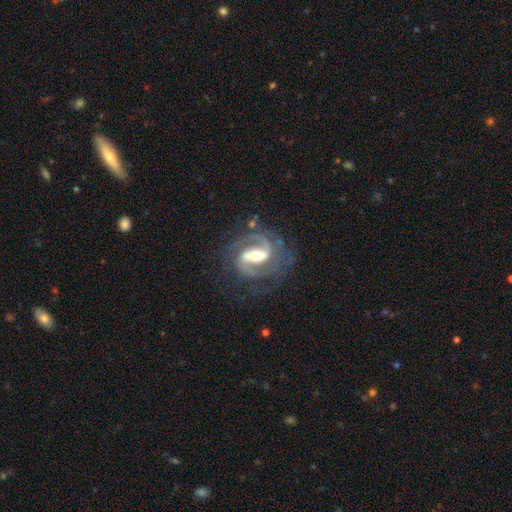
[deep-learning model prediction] A featured or disk galaxy (91%) with a strong bar (54%), 2 (87%) medium (55%) spiral arms (98%) and a moderate central bulge (57%). Merging: none (72%).